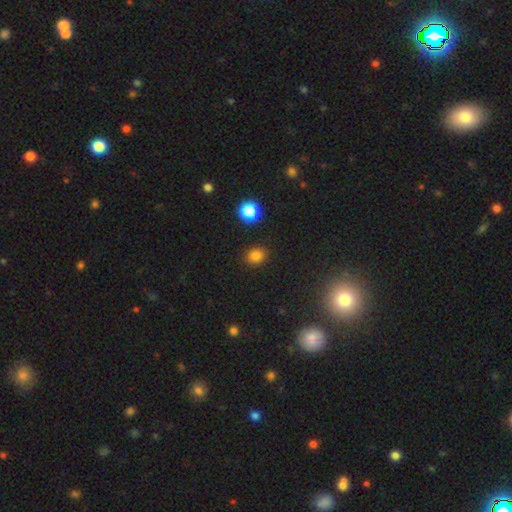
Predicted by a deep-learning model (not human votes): The model was most divided on "how rounded": round: 62%, in between: 37%, cigar-shaped: 1%. More confident: merging — none (87%); smooth or featured — smooth (80%).